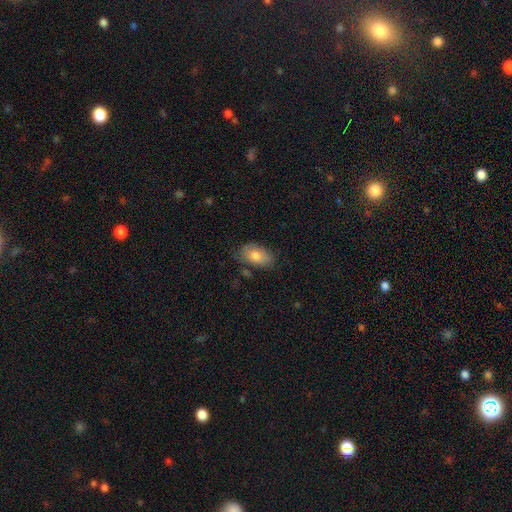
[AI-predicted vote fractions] This appears to be a smooth galaxy with no disk features (75%) that is in between round and cigar-shaped (90%). Merging: none (69%).